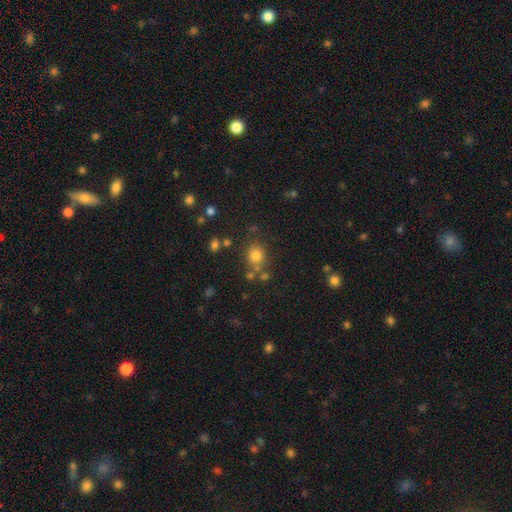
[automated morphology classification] Smooth or featured? smooth (76%)
How rounded? round (80%)
Merging? none (72%)